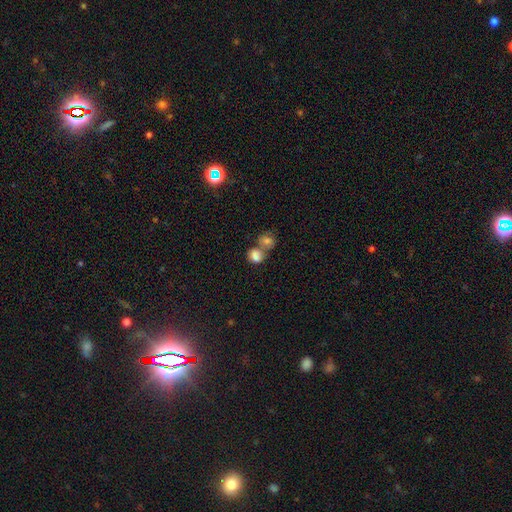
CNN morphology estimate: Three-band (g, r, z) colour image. It shows a smooth galaxy with no disk features (80%) that is round (55%). Merging: merger (56%).